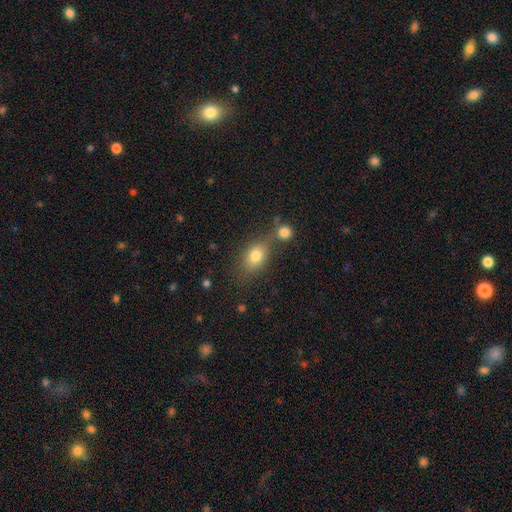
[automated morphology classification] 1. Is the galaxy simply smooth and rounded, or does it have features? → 77% smooth, 12% featured or disk, 11% star or artifact.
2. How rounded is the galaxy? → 72% in between, 25% round, 3% cigar-shaped.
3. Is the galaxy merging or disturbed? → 53% none, 26% merger, 14% minor disturbance, 6% major disturbance.